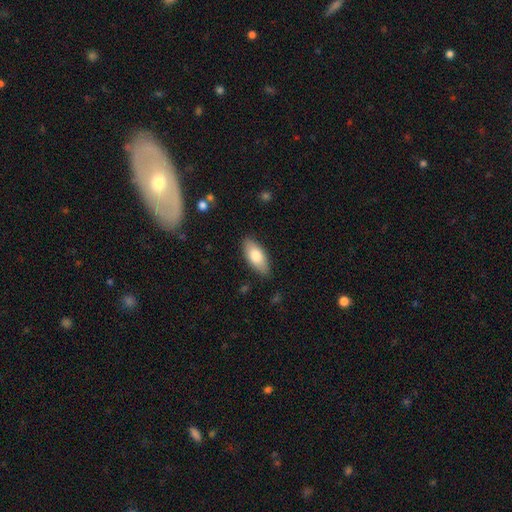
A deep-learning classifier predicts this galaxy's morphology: Overall: smooth (78%). How rounded: in between (85%). Merging: none (86%).